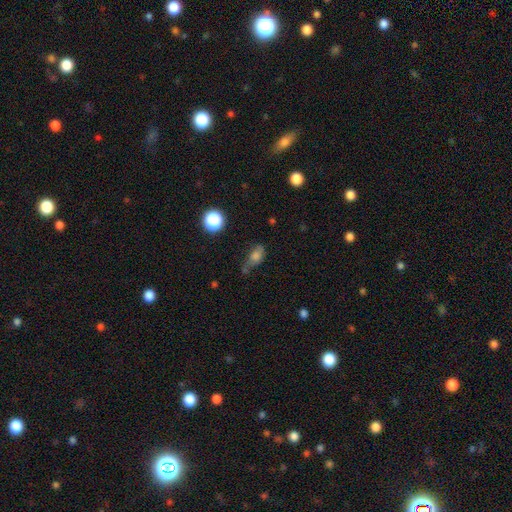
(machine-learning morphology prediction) A smooth galaxy with no disk features (67%) that is in between round and cigar-shaped (74%). Merging: none (41%).